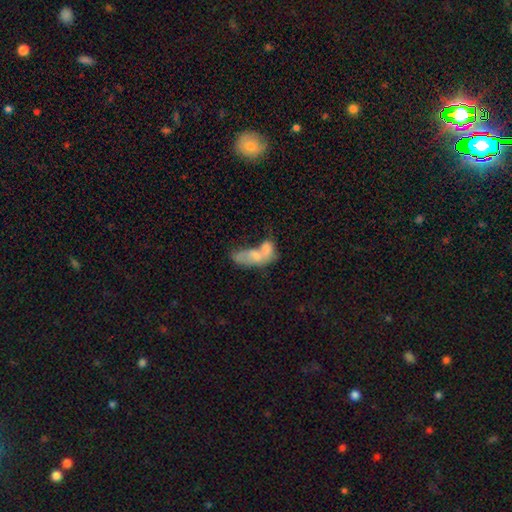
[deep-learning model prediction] Morphology: type=smooth (60%); roundness=in between (83%); merging=merger (67%).